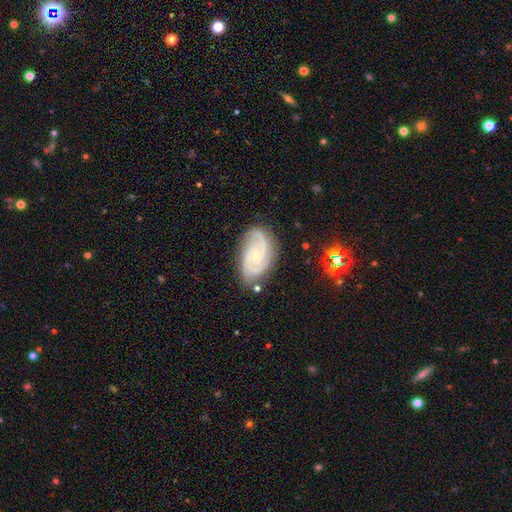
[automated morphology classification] Q: Smooth or featured?
A: featured or disk (83%); runner-up: smooth (10%)
Q: Edge-on disk?
A: no (97%); runner-up: yes (3%)
Q: Bar?
A: no (68%); runner-up: weak (27%)
Q: Spiral arms?
A: yes (97%); runner-up: no (3%)
Q: Spiral winding?
A: tight (54%); runner-up: medium (37%)
Q: Spiral arm count?
A: 2 (40%); runner-up: 3 (30%)
Q: Bulge size?
A: small (75%); runner-up: moderate (21%)
Q: Merging?
A: none (74%); runner-up: minor disturbance (19%)